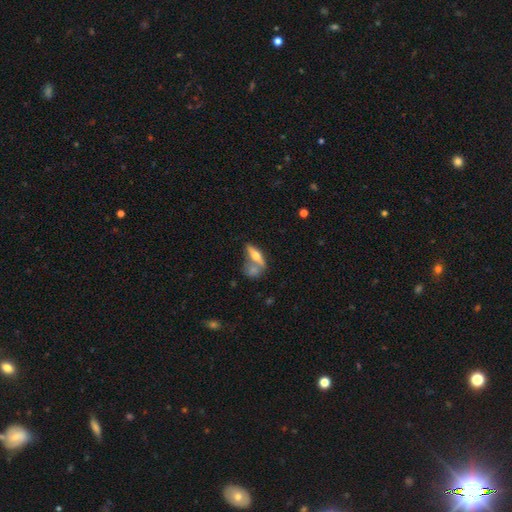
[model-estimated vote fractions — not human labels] This appears to be a featured or disk galaxy (48%). Merging: none (49%).